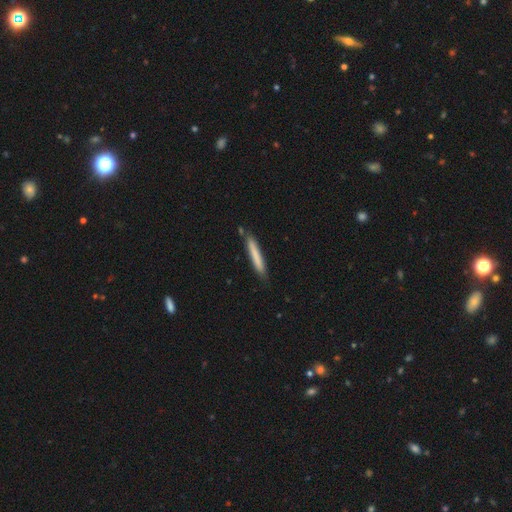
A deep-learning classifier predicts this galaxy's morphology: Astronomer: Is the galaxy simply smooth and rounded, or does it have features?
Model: smooth — 76%.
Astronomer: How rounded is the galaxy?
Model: cigar-shaped — 95%.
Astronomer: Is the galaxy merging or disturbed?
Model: none — 81%.